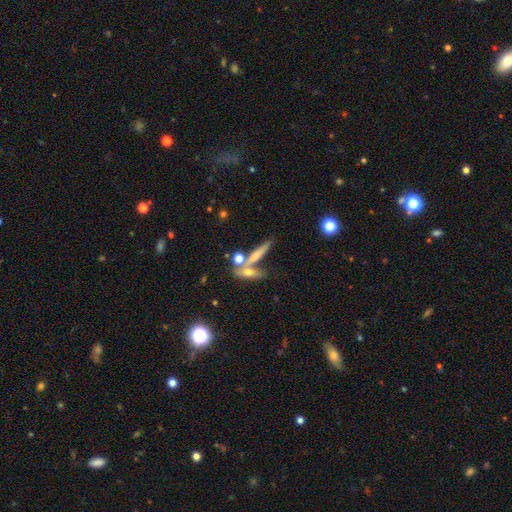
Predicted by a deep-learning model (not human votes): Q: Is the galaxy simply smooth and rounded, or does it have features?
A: smooth — 51%.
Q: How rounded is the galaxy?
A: cigar-shaped — 77%.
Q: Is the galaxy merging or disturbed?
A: none — 52%.